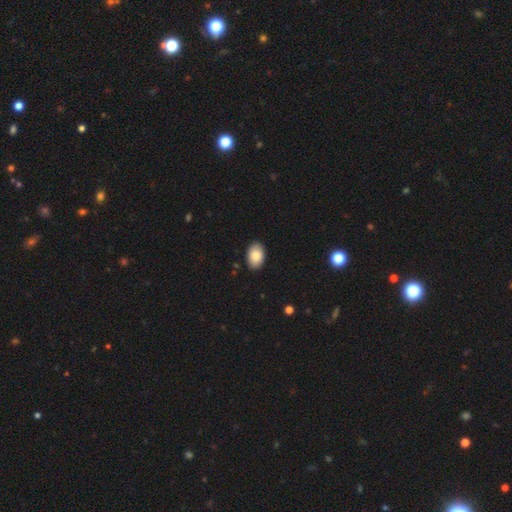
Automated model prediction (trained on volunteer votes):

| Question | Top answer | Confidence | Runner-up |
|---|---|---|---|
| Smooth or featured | smooth | 86% | featured or disk (7%) |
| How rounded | in between | 91% | round (8%) |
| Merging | none | 89% | minor disturbance (8%) |